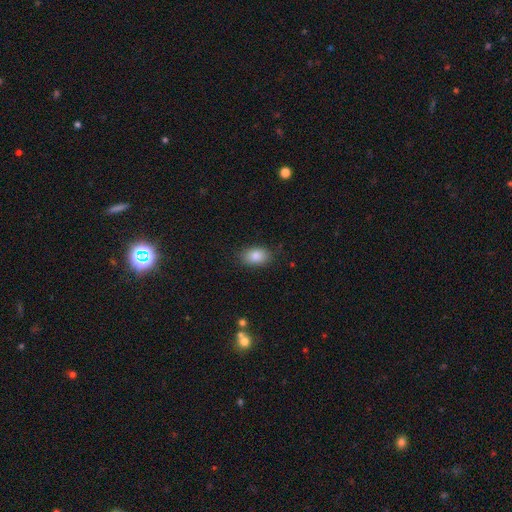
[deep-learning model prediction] Smooth or featured?
  - smooth: 86% *
  - star or artifact: 8%
  - featured or disk: 6%
How rounded?
  - in between: 88% *
  - round: 11%
  - cigar-shaped: 2%
Merging?
  - none: 84% *
  - minor disturbance: 12%
  - major disturbance: 3%
  - merger: 1%